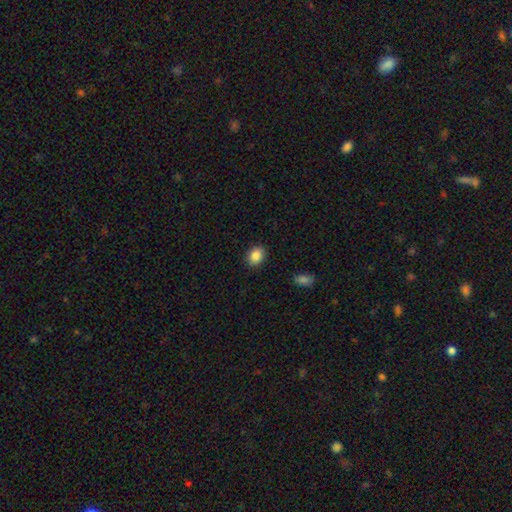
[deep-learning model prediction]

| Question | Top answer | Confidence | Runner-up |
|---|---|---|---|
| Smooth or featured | smooth | 87% | star or artifact (8%) |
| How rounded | in between | 56% | round (43%) |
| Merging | none | 89% | minor disturbance (7%) |